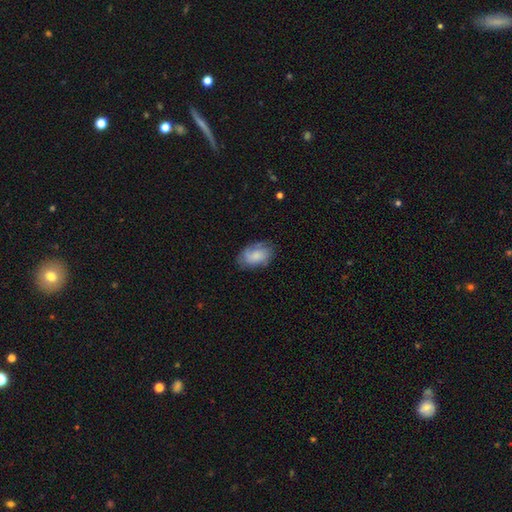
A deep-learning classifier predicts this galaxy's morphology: Smooth or featured: smooth — 64% (featured or disk — 28%)
How rounded: in between — 88% (round — 11%)
Merging: none — 69% (minor disturbance — 23%)